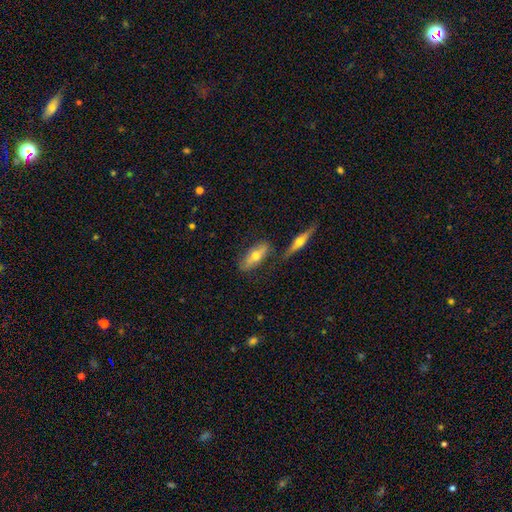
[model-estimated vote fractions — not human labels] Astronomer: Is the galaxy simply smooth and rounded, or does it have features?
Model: smooth — 58% (runner-up: featured or disk, 35%).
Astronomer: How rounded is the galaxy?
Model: in between — 68%.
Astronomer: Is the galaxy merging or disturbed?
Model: none — 71%.